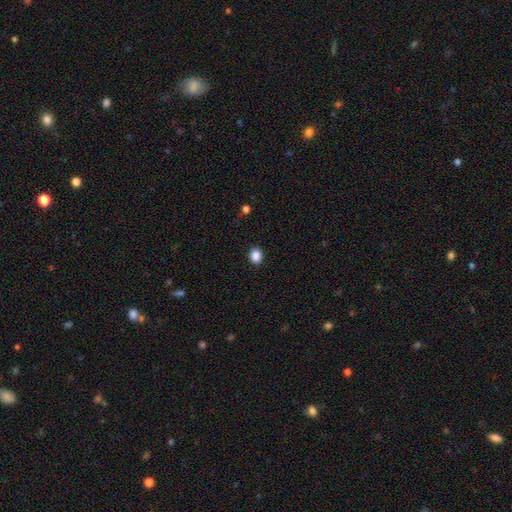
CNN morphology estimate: Smooth or featured: smooth — 88% (star or artifact — 10%)
How rounded: round — 50% (in between — 49%)
Merging: none — 90% (minor disturbance — 7%)